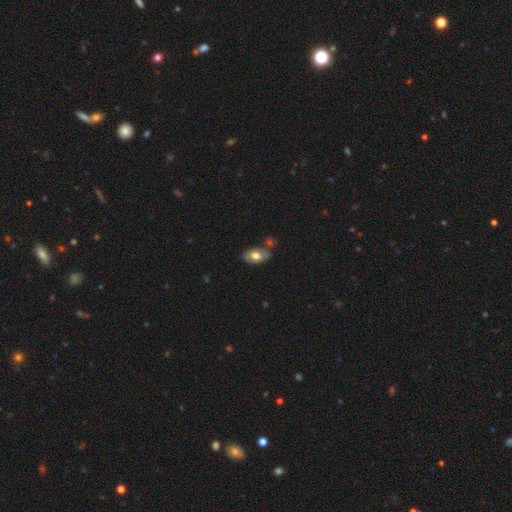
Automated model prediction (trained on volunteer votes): smooth_or_featured: smooth (p=0.68) [alt: featured or disk p=0.25]
how_rounded: in between (p=0.91) [alt: round p=0.07]
merging: none (p=0.63) [alt: minor disturbance p=0.18]